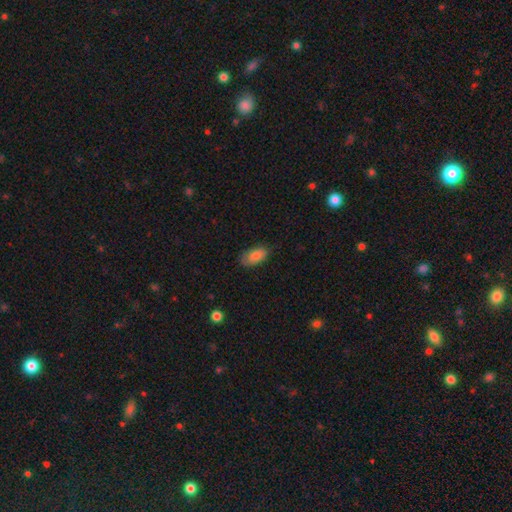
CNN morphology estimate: smooth-or-featured: smooth: 84% | featured or disk: 9% | star or artifact: 7%
  how-rounded: in between: 92% | cigar-shaped: 5% | round: 3%
  merging: none: 79% | minor disturbance: 17% | major disturbance: 3% | merger: 1%